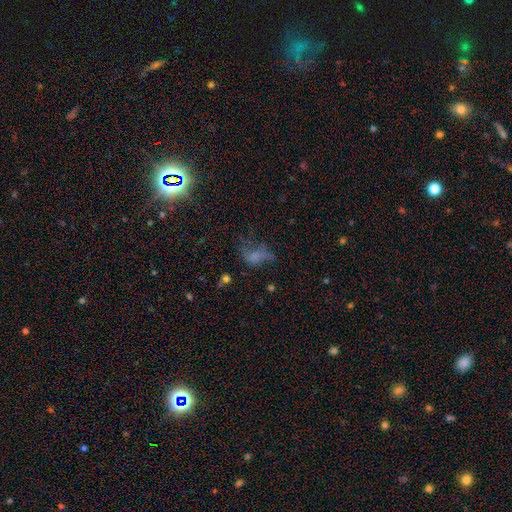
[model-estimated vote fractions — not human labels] smooth 47%, featured or disk 32%, star or artifact 22%. Down the decision tree: merging — major disturbance (44%).